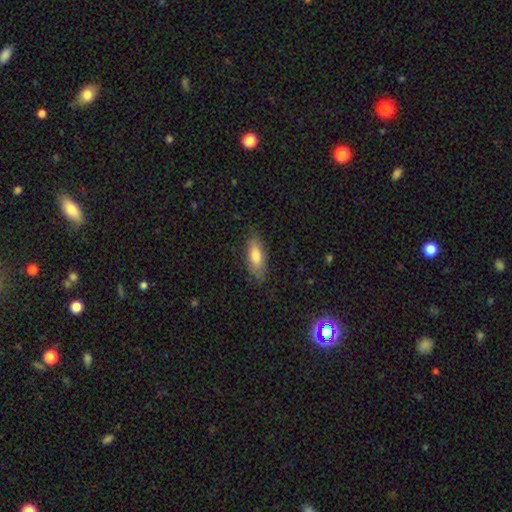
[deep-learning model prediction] Q: Smooth or featured?
A: smooth (76%); runner-up: featured or disk (18%)
Q: How rounded?
A: in between (71%); runner-up: cigar-shaped (27%)
Q: Merging?
A: none (81%); runner-up: minor disturbance (14%)